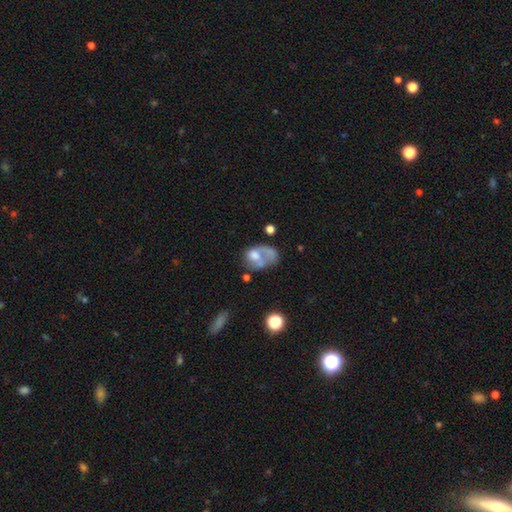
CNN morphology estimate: This appears to be a featured or disk galaxy (45%). Merging: major disturbance (36%).